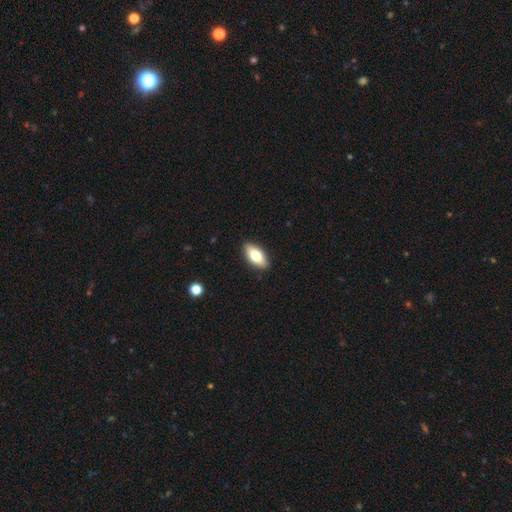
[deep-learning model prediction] Overall: smooth (75%). How rounded: in between (87%). Merging: none (89%).